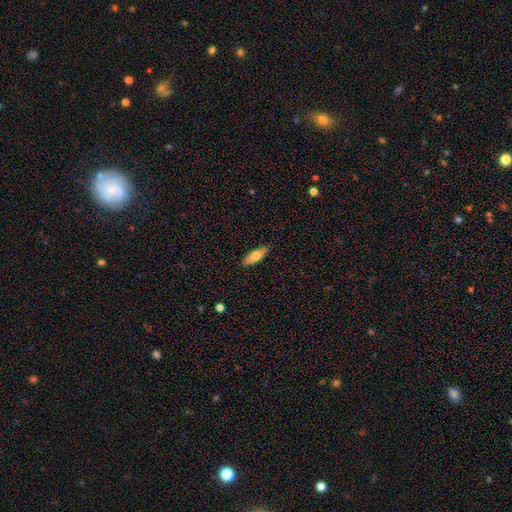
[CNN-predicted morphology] type=smooth (69%); roundness=in between (63%); merging=none (86%).